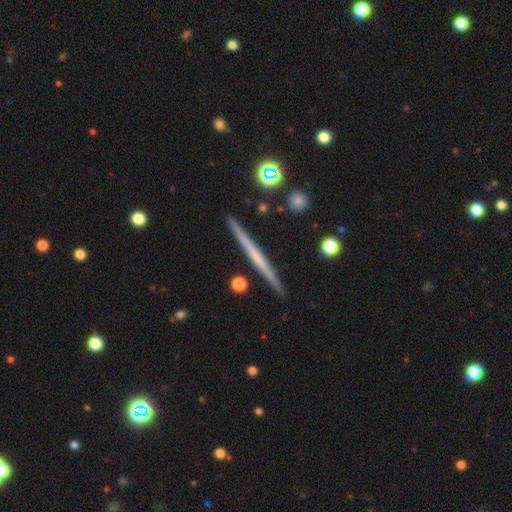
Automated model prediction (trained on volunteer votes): Smooth or featured: featured or disk — 60% (smooth — 34%)
Edge-on disk: yes — 98% (no — 2%)
Edge-on bulge: none — 86% (rounded — 10%)
Merging: none — 91% (minor disturbance — 6%)